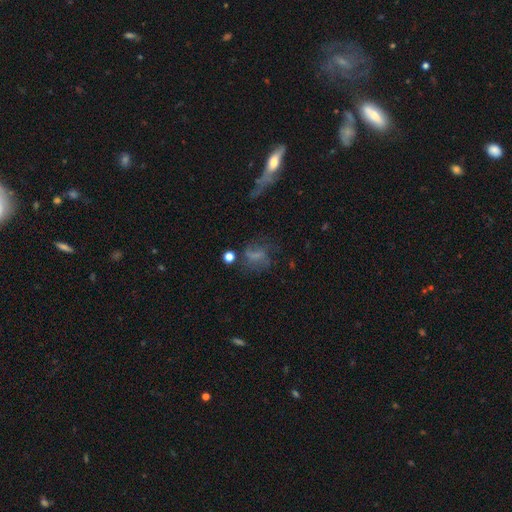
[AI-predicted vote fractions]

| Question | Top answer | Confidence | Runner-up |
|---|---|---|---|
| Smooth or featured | smooth | 43% | featured or disk (37%) |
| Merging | none | 44% | major disturbance (28%) |